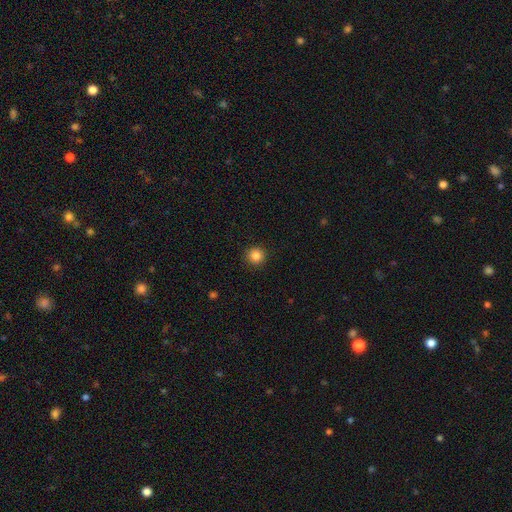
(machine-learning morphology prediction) Q: Smooth or featured?
A: smooth (84%); runner-up: star or artifact (11%)
Q: How rounded?
A: round (95%); runner-up: in between (4%)
Q: Merging?
A: none (92%); runner-up: minor disturbance (5%)